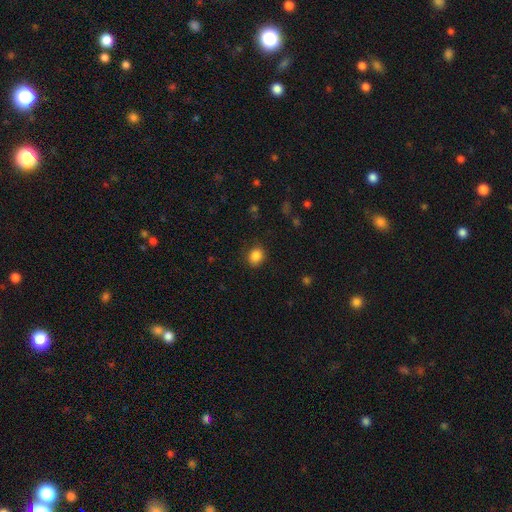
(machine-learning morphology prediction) Smooth or featured?
  - smooth: 86% *
  - star or artifact: 10%
  - featured or disk: 4%
How rounded?
  - round: 60% *
  - in between: 39%
  - cigar-shaped: 1%
Merging?
  - none: 84% *
  - minor disturbance: 11%
  - major disturbance: 3%
  - merger: 1%